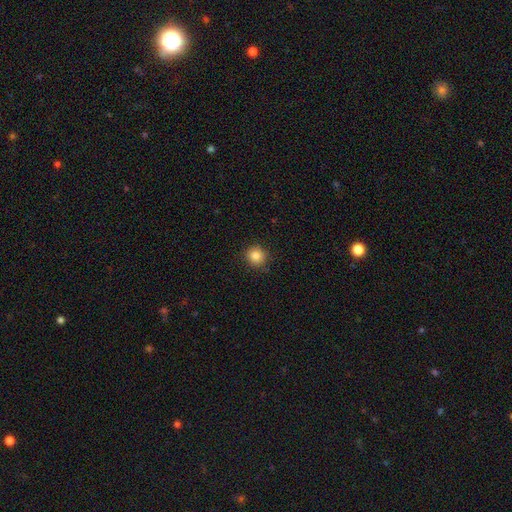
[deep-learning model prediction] Smooth or featured?
  - smooth: 84% *
  - star or artifact: 11%
  - featured or disk: 5%
How rounded?
  - round: 92% *
  - in between: 7%
  - cigar-shaped: 1%
Merging?
  - none: 89% *
  - minor disturbance: 8%
  - major disturbance: 2%
  - merger: 1%